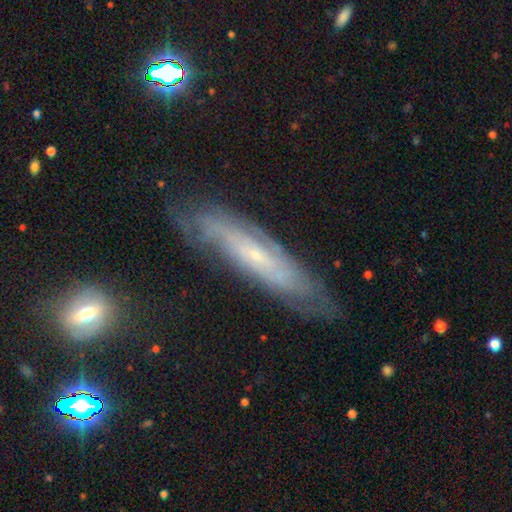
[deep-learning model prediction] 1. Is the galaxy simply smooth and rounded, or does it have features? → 74% featured or disk, 18% smooth, 8% star or artifact.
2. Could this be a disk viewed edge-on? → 62% no, 38% yes.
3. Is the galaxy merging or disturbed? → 75% none, 18% minor disturbance, 5% major disturbance, 2% merger.